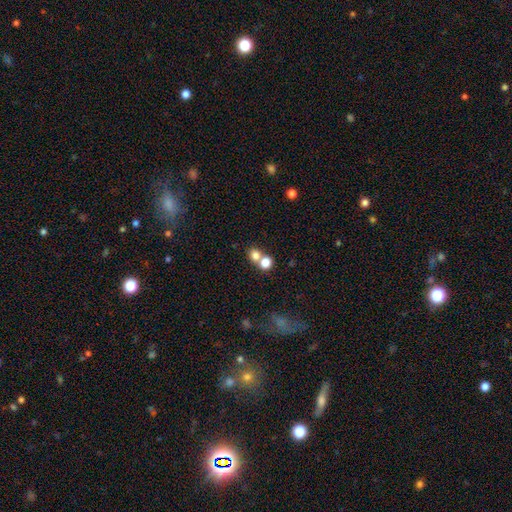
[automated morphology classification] This appears to be a smooth galaxy with no disk features (77%) that is round (79%). Merging: merger (46%).